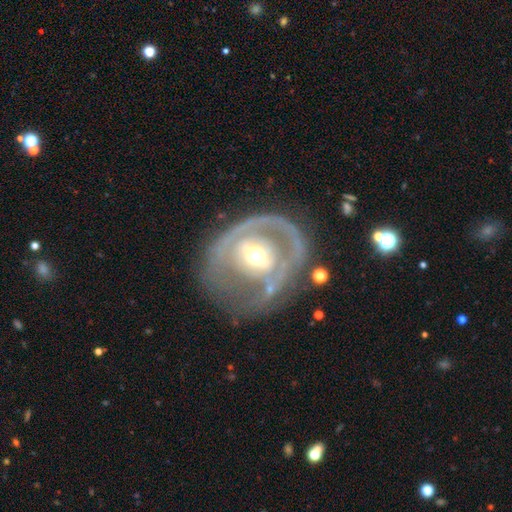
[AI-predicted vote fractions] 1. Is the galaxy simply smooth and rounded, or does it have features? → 76% featured or disk, 18% smooth, 6% star or artifact.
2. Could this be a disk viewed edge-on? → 95% no, 5% yes.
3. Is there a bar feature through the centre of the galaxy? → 37% weak (tied), 37% no (tied), 26% strong.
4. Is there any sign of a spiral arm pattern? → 53% no, 47% yes.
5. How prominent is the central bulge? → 67% moderate, 20% small, 11% large, 1% dominant, 1% none.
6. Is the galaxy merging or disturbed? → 51% none, 23% minor disturbance, 21% major disturbance, 5% merger.